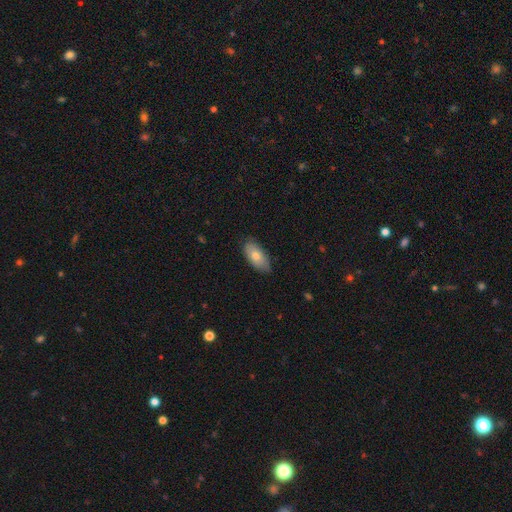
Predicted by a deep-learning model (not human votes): Smooth or featured: smooth — 72% (featured or disk — 21%)
How rounded: in between — 91% (cigar-shaped — 6%)
Merging: none — 82% (minor disturbance — 15%)